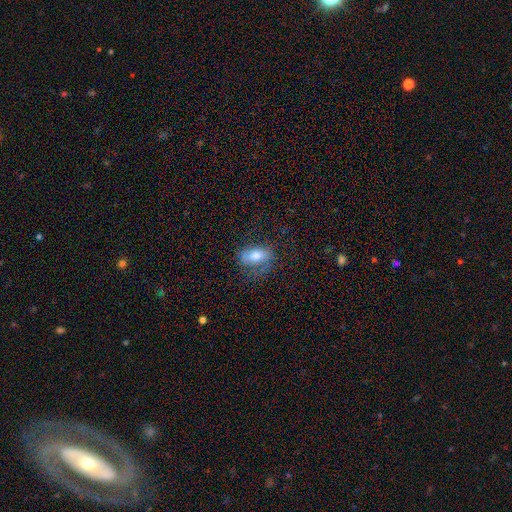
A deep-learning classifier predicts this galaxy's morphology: The model was most divided on "merging": none: 59%, minor disturbance: 24%, major disturbance: 15%, merger: 2%. More confident: how rounded — in between (85%); smooth or featured — smooth (70%).